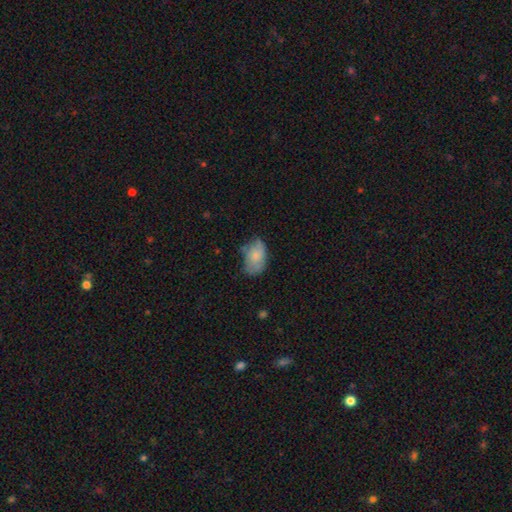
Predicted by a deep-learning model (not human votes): This appears to be a smooth galaxy with no disk features (72%) that is in between round and cigar-shaped (88%). Merging: none (50%).